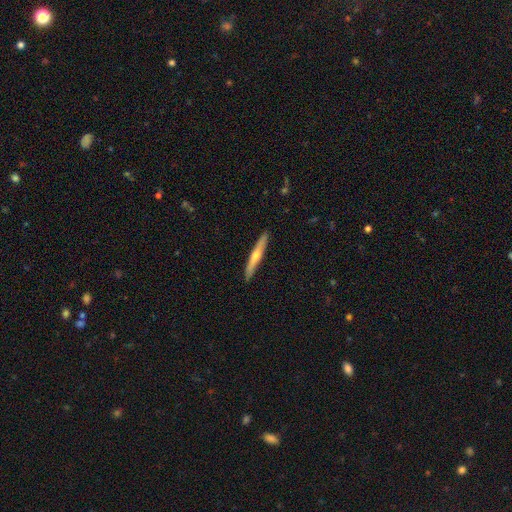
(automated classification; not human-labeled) This appears to be a featured or disk galaxy (55%) viewed edge-on (96%) with a rounded central bulge (82%). Merging: none (91%).